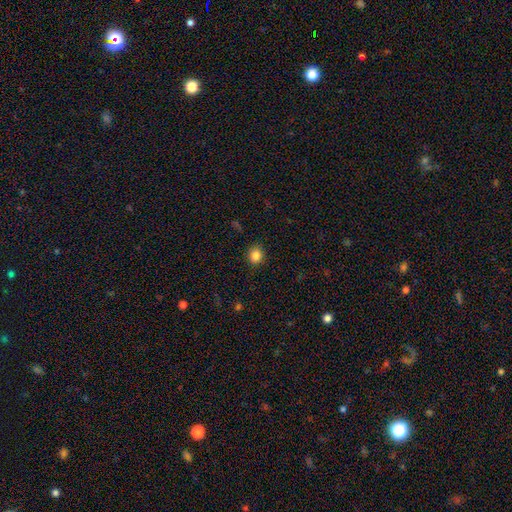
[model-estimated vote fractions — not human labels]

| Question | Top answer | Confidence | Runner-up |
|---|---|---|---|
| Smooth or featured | smooth | 84% | star or artifact (11%) |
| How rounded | round | 75% | in between (24%) |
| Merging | none | 88% | minor disturbance (9%) |